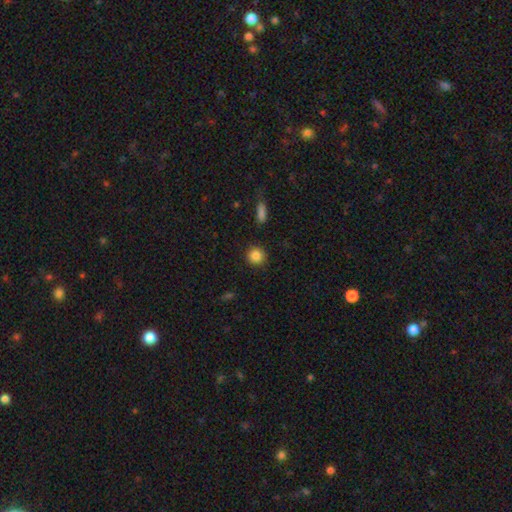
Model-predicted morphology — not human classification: Smooth or featured? Predicted: smooth (p=0.87). How rounded? Predicted: round (p=0.92). Merging? Predicted: none (p=0.90).